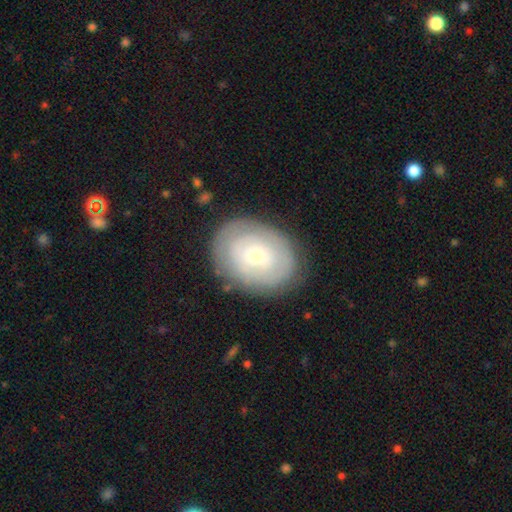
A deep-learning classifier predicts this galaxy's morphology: Smooth or featured: featured or disk — 53% (smooth — 41%)
Edge-on disk: no — 96% (yes — 4%)
Bar: no — 78% (weak — 18%)
Spiral arms: yes — 51% (no — 49%)
Bulge size: small — 66% (moderate — 29%)
Merging: none — 81% (minor disturbance — 13%)